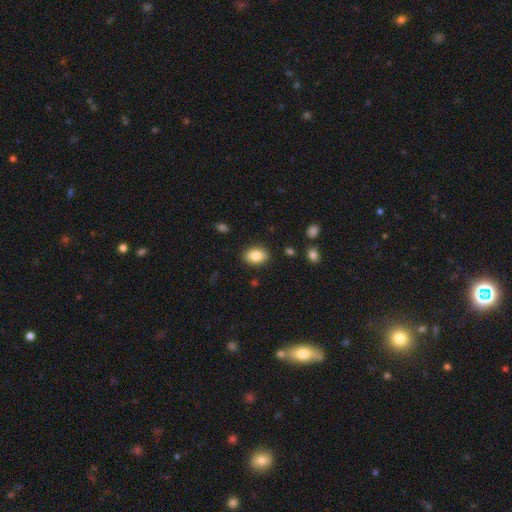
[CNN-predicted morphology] Smooth or featured? Predicted: smooth (p=0.86). How rounded? Predicted: in between (p=0.79). Merging? Predicted: none (p=0.87).